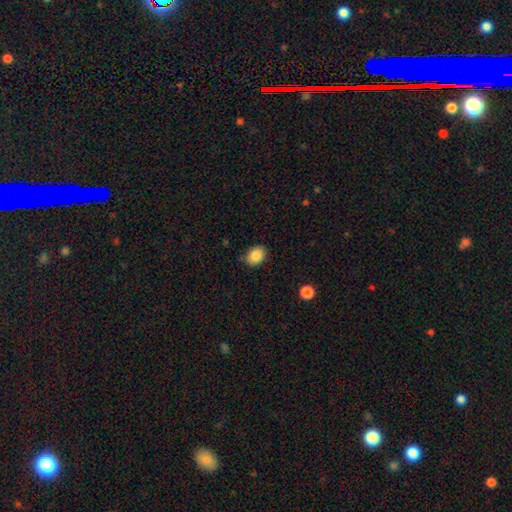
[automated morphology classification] smooth-or-featured: smooth: 87% | star or artifact: 8% | featured or disk: 5%
  how-rounded: in between: 64% | round: 35% | cigar-shaped: 1%
  merging: none: 84% | minor disturbance: 12% | major disturbance: 3% | merger: 1%